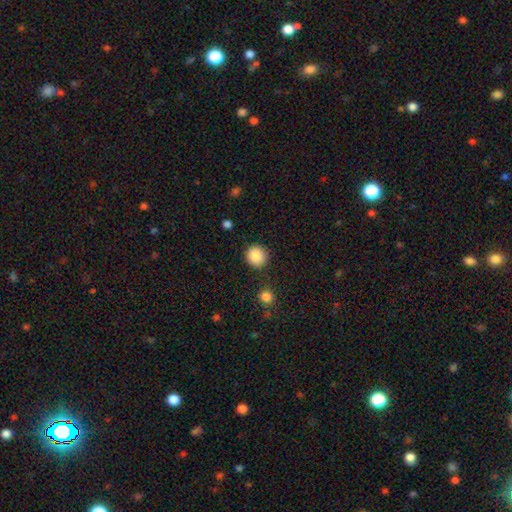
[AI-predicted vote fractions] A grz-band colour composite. It shows a smooth galaxy with no disk features (87%) that is round (93%). Merging: none (87%).